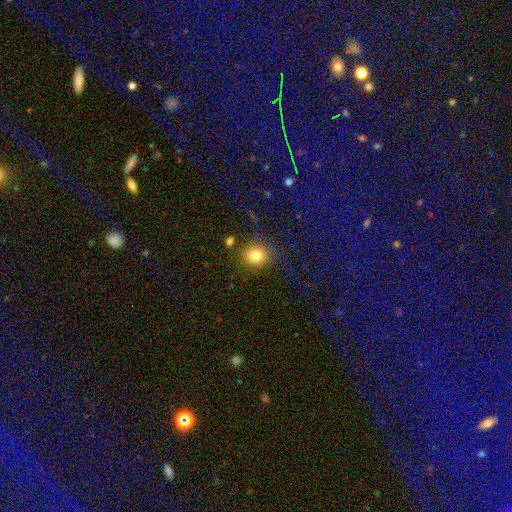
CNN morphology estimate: Smooth or featured?
  - smooth: 81% *
  - star or artifact: 11%
  - featured or disk: 8%
How rounded?
  - round: 76% *
  - in between: 24%
  - cigar-shaped: 1%
Merging?
  - none: 77% *
  - minor disturbance: 14%
  - major disturbance: 6%
  - merger: 3%